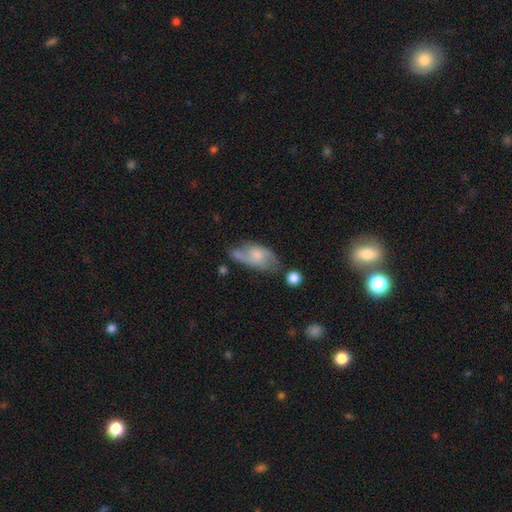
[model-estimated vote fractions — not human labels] Overall: featured or disk (49%; smooth 43%). Merging: none (47%; minor disturbance 28%).